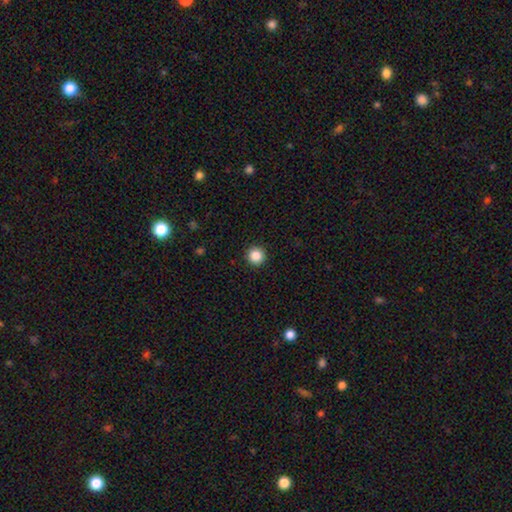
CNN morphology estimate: This appears to be a smooth galaxy with no disk features (86%) that is round (96%). Merging: none (93%).